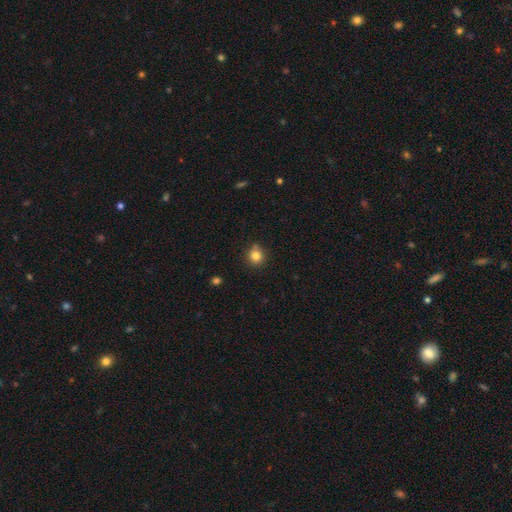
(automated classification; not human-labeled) Smooth or featured: smooth — 82% (star or artifact — 12%)
How rounded: round — 88% (in between — 11%)
Merging: none — 80% (minor disturbance — 13%)